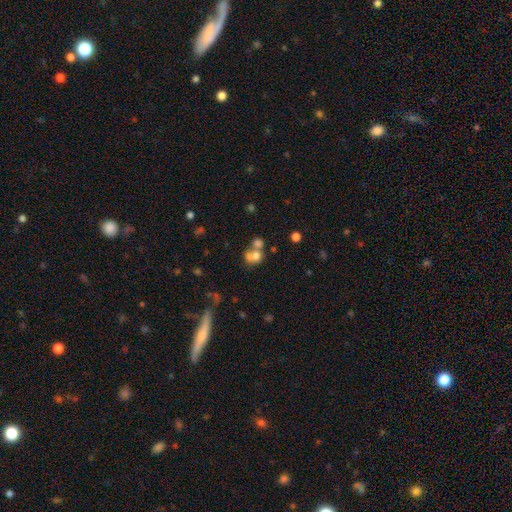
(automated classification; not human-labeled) A smooth galaxy with no disk features (66%) that is round (70%).

Vote fractions:
- Smooth or featured? smooth: 66% / featured or disk: 20% / star or artifact: 14%
- How rounded? round: 70% / in between: 29% / cigar-shaped: 1%
- Merging? merger: 57% / none: 30% / minor disturbance: 8% / major disturbance: 5%